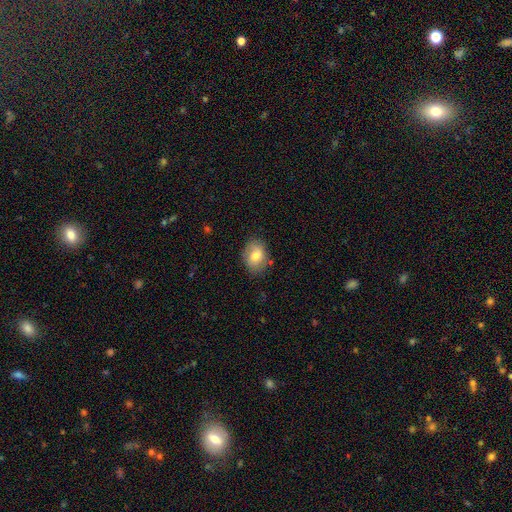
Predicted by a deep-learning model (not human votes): smooth_or_featured: smooth (p=0.70) [alt: featured or disk p=0.22]
how_rounded: in between (p=0.69) [alt: round p=0.30]
merging: none (p=0.78) [alt: minor disturbance p=0.17]